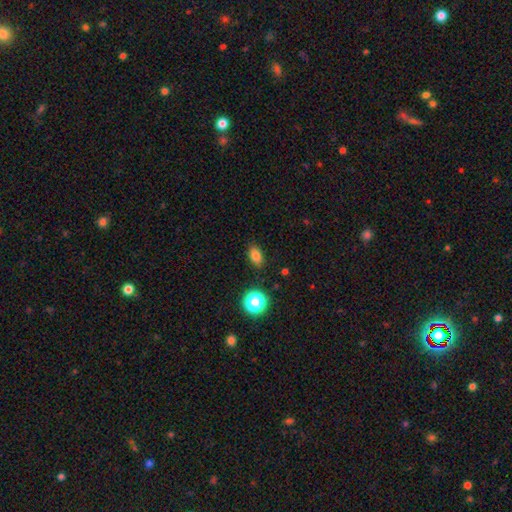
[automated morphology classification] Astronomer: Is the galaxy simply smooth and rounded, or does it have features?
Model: smooth — 80%.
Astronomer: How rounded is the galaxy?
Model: in between — 80%.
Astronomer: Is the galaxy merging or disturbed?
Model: none — 86%.